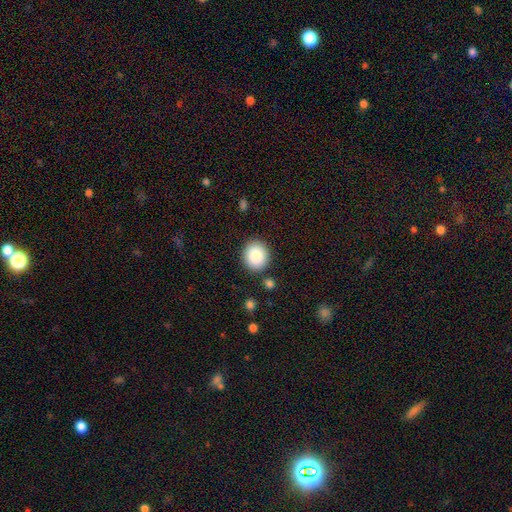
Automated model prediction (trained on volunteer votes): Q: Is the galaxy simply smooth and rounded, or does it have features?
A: smooth — 87%.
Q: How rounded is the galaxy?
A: round — 82%.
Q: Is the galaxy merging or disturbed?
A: none — 88%.